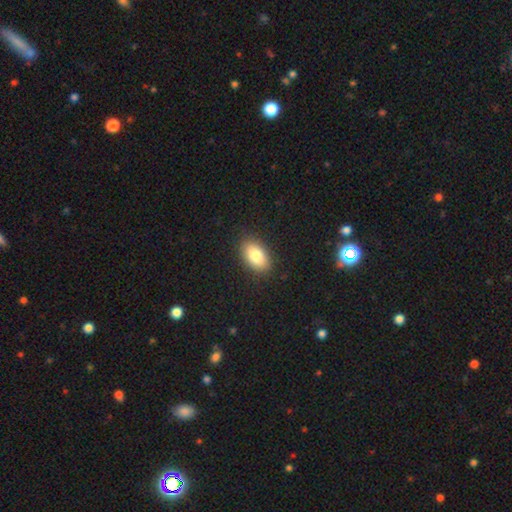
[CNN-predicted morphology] This appears to be a smooth galaxy with no disk features (81%) that is in between round and cigar-shaped (91%). Merging: none (88%).